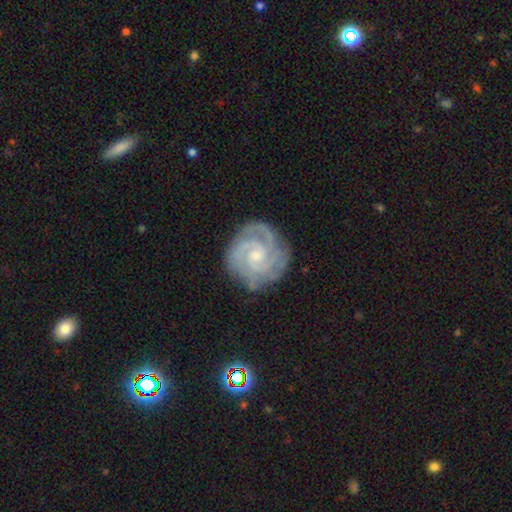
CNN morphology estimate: Overall: featured or disk (89%). Edge-on disk: no (98%). Bar: no (61%; weak 34%). Spiral arms: yes (98%). Spiral arm count: 3 (37%; 2 29%). Spiral winding: tight (70%). Bulge size: small (61%; moderate 33%). Merging: none (78%).